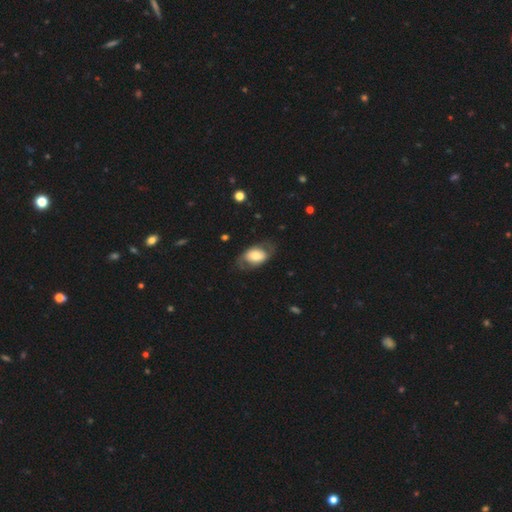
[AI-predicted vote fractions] Morphology: type=smooth (57%); roundness=in between (83%); merging=none (63%).